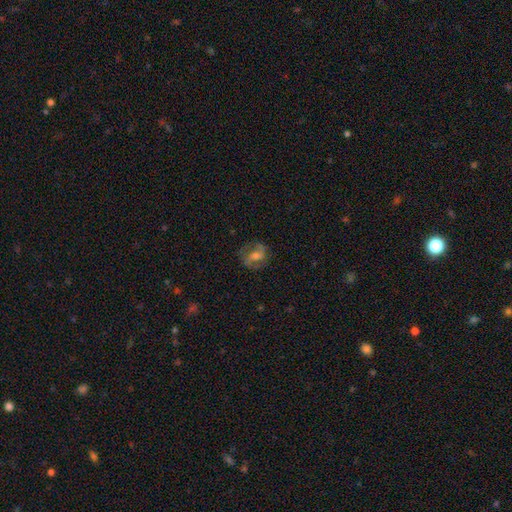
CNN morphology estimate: smooth_or_featured: featured or disk (p=0.68) [alt: smooth p=0.23]
disk_edge_on: no (p=0.96) [alt: yes p=0.04]
bar: weak (p=0.42) [alt: strong p=0.31]
has_spiral_arms: yes (p=0.86) [alt: no p=0.14]
spiral_winding: medium (p=0.50) [alt: loose p=0.27]
spiral_arm_count: 2 (p=0.84) [alt: can't tell p=0.08]
bulge_size: moderate (p=0.58) [alt: small p=0.30]
merging: none (p=0.77) [alt: minor disturbance p=0.15]